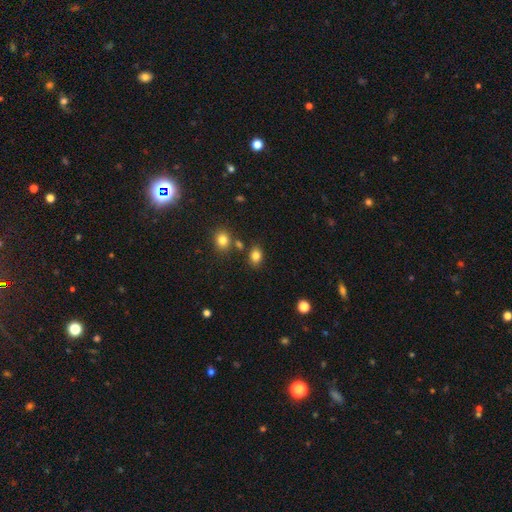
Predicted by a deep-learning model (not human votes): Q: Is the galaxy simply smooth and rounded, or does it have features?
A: smooth — 83%.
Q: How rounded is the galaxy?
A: in between — 64%.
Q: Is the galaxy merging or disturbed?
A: none — 79%.